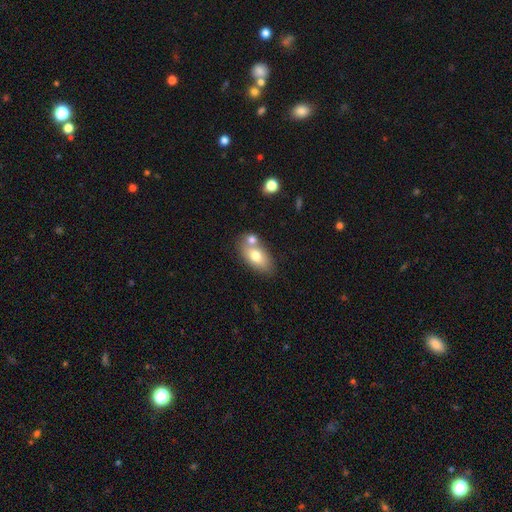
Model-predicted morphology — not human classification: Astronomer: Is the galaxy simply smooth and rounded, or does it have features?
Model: smooth — 73%.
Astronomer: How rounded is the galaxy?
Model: in between — 88%.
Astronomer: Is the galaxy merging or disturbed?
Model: none — 50% (runner-up: merger, 33%).